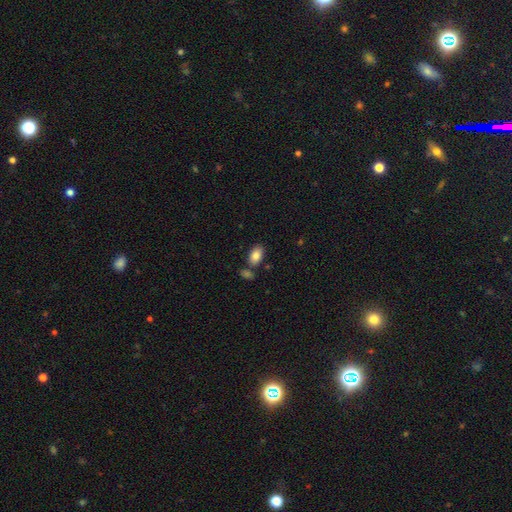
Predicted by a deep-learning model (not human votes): This is clearly a smooth galaxy (85%). How rounded: clearly in between (91%). Merging: likely none (73%).